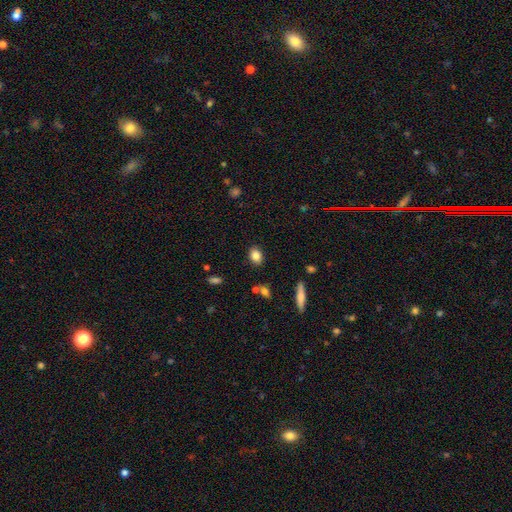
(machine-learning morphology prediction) Overall: smooth (83%). How rounded: in between (70%). Merging: none (86%).